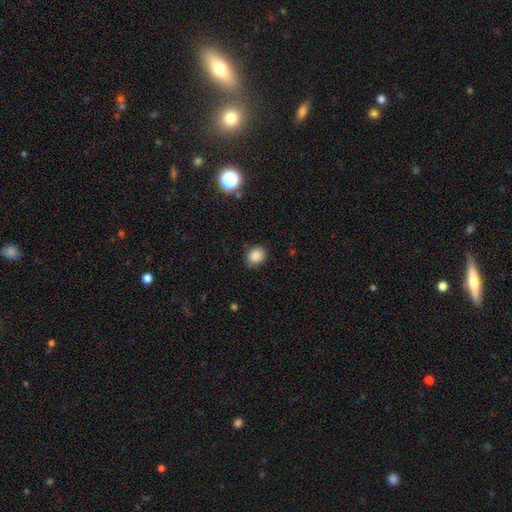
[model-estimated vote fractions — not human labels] smooth 86%, star or artifact 10%, featured or disk 4%. Down the decision tree: how rounded — round (55%); merging — none (81%).